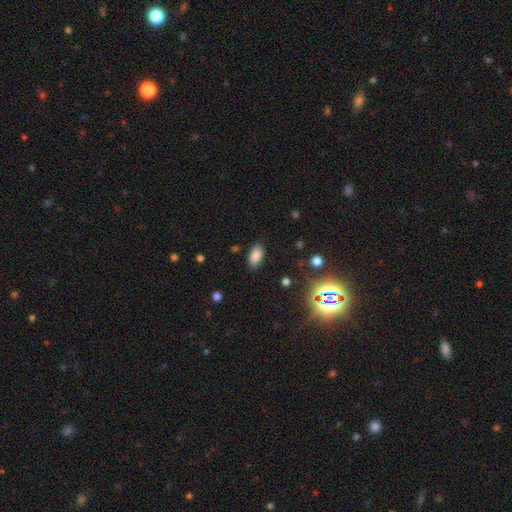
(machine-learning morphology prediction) Smooth or featured? Predicted: smooth (p=0.83). How rounded? Predicted: in between (p=0.92). Merging? Predicted: none (p=0.86).